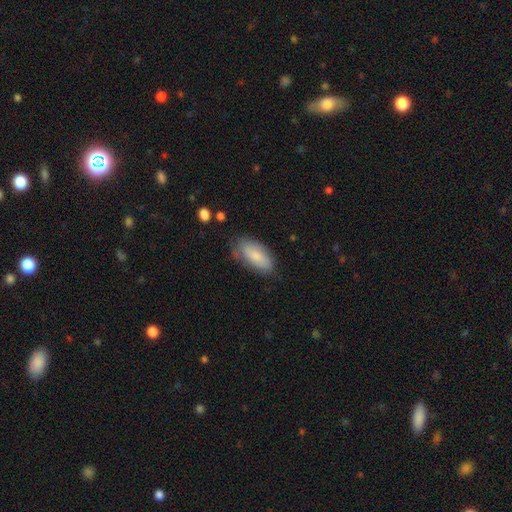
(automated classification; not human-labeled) Overall: smooth (78%). How rounded: in between (88%). Merging: none (64%; minor disturbance 27%).